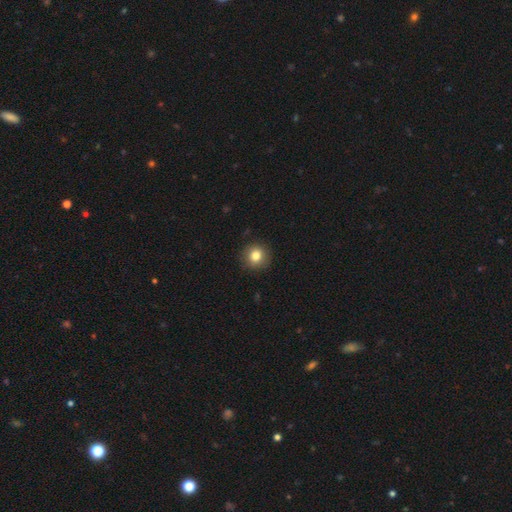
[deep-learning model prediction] Smooth or featured? Predicted: smooth (p=0.82). How rounded? Predicted: round (p=0.92). Merging? Predicted: none (p=0.90).